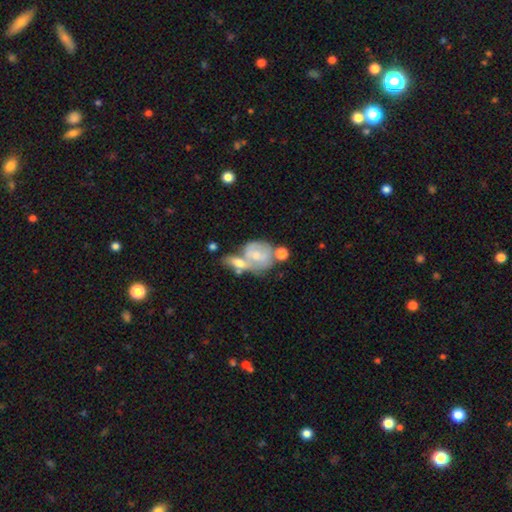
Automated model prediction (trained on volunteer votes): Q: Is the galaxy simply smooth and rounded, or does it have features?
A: featured or disk — 48%.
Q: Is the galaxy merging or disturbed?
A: merger — 52%.